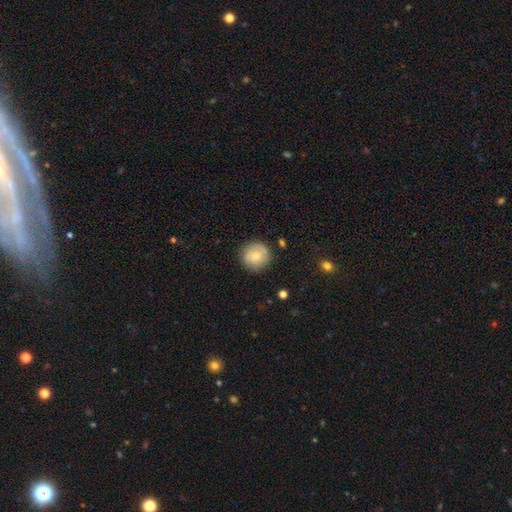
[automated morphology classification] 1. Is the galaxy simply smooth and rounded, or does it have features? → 74% smooth, 18% featured or disk, 8% star or artifact.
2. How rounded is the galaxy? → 92% round, 7% in between, 1% cigar-shaped.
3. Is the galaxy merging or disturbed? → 83% none, 13% minor disturbance, 3% major disturbance, 2% merger.